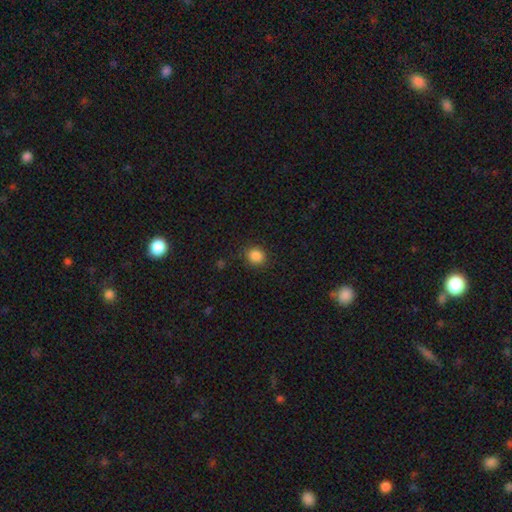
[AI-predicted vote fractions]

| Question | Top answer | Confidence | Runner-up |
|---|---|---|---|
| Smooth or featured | smooth | 86% | star or artifact (10%) |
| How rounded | round | 78% | in between (21%) |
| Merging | none | 86% | minor disturbance (10%) |